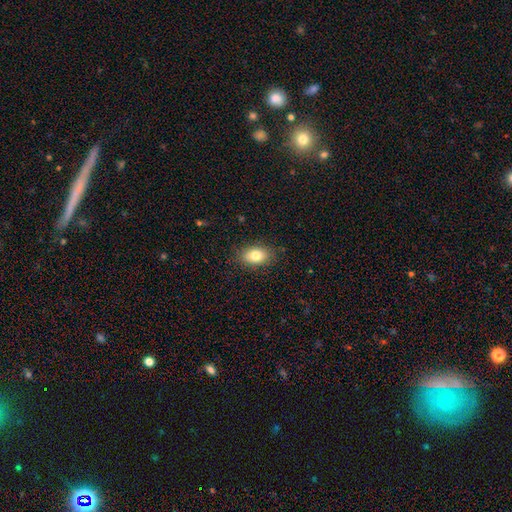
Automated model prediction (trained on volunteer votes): Smooth or featured?
  - smooth: 80% *
  - featured or disk: 11%
  - star or artifact: 9%
How rounded?
  - in between: 84% *
  - round: 15%
  - cigar-shaped: 2%
Merging?
  - none: 85% *
  - minor disturbance: 11%
  - major disturbance: 3%
  - merger: 1%